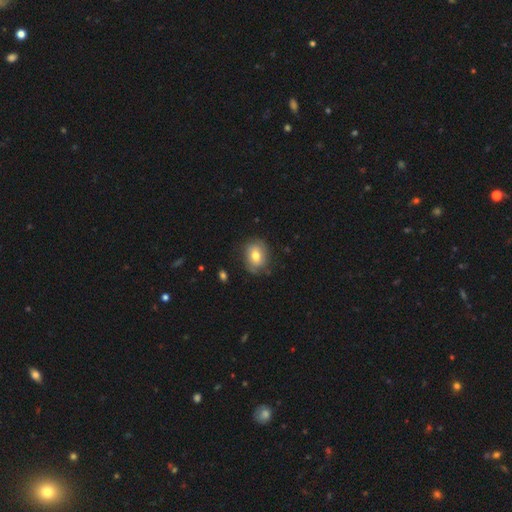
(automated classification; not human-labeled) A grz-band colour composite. It shows a smooth galaxy with no disk features (58%) that is round (51%). Merging: none (75%).